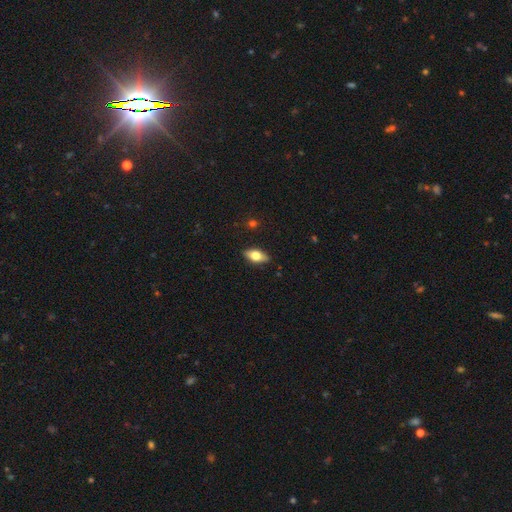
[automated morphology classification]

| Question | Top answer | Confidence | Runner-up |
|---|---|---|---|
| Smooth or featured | smooth | 66% | featured or disk (27%) |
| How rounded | in between | 85% | cigar-shaped (11%) |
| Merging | none | 86% | minor disturbance (10%) |